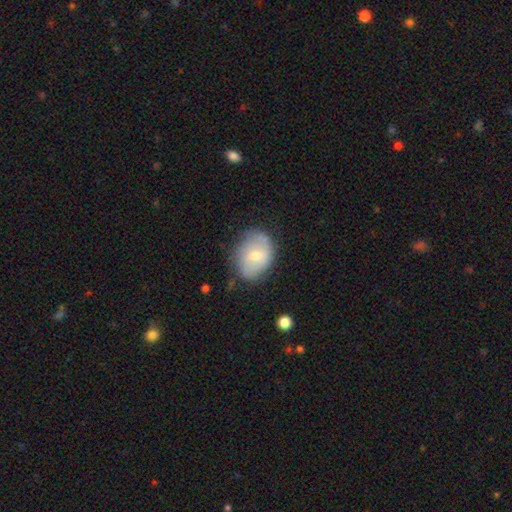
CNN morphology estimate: A smooth galaxy with no disk features (47%). Merging: none (66%).